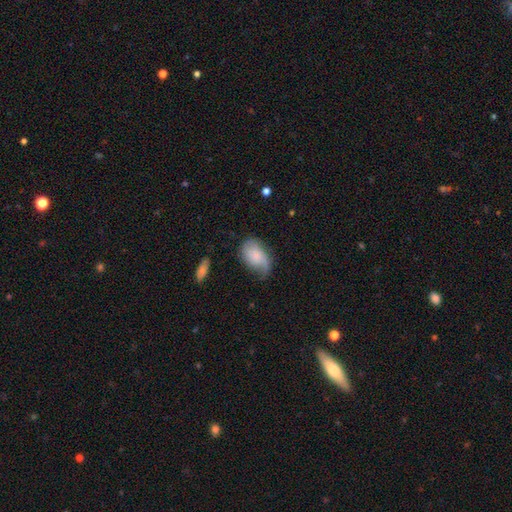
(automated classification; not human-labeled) Smooth or featured? Predicted: smooth (p=0.58). How rounded? Predicted: in between (p=0.87). Merging? Predicted: none (p=0.47).